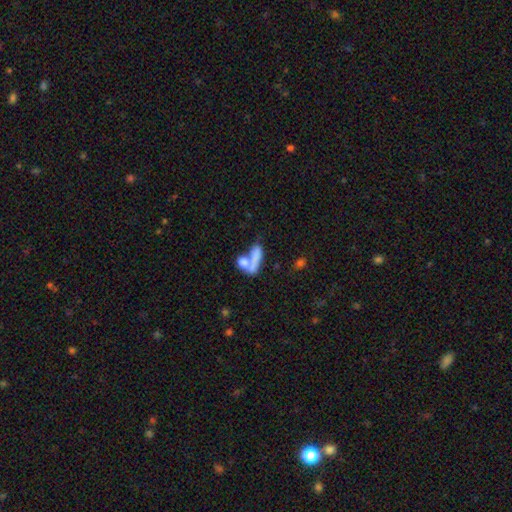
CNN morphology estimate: The model was most divided on "merging": merger: 59%, none: 24%, major disturbance: 10%, minor disturbance: 8%. More confident: smooth or featured — smooth (71%); how rounded — in between (63%).